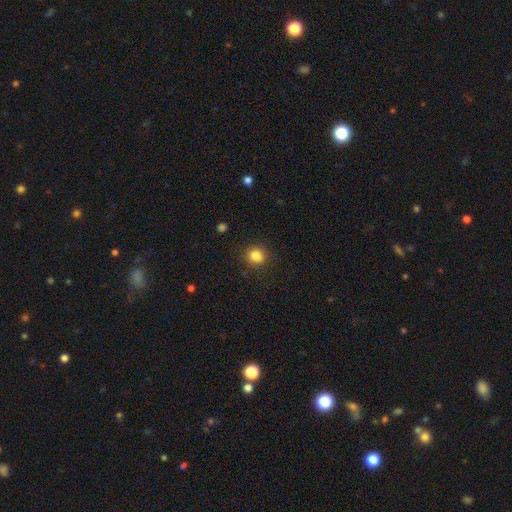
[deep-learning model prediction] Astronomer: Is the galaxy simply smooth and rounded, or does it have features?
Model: smooth — 84%.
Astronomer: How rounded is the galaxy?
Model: round — 74%.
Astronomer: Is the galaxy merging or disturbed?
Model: none — 85%.